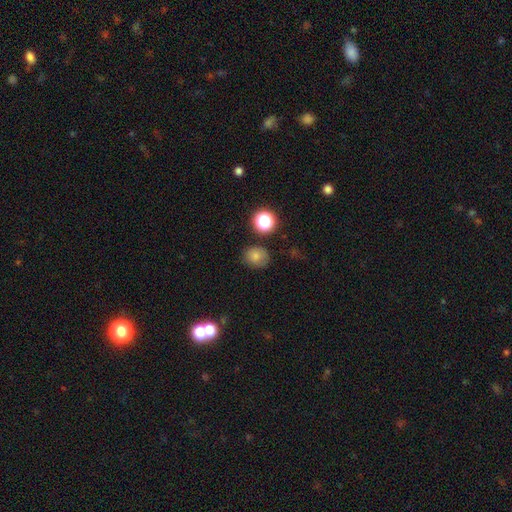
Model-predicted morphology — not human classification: This appears to be a smooth galaxy with no disk features (76%) that is round (67%). Merging: none (76%).